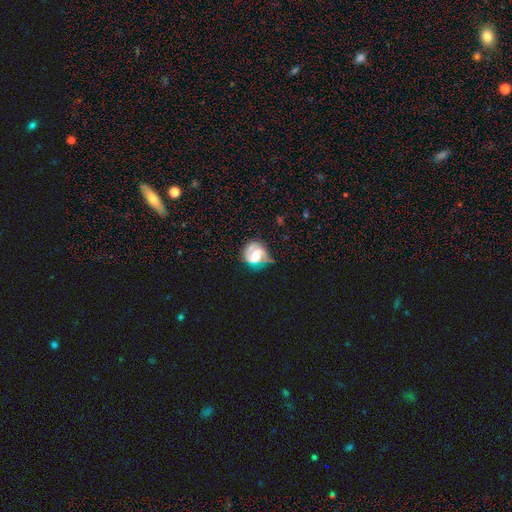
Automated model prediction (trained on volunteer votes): smooth_or_featured: featured or disk (p=0.64) [alt: smooth p=0.27]
disk_edge_on: no (p=0.97) [alt: yes p=0.03]
bar: weak (p=0.42) [alt: no p=0.39]
has_spiral_arms: yes (p=0.81) [alt: no p=0.19]
spiral_winding: tight (p=0.42) [alt: medium p=0.39]
spiral_arm_count: 2 (p=0.65) [alt: can't tell p=0.14]
bulge_size: moderate (p=0.62) [alt: large p=0.19]
merging: none (p=0.57) [alt: minor disturbance p=0.26]